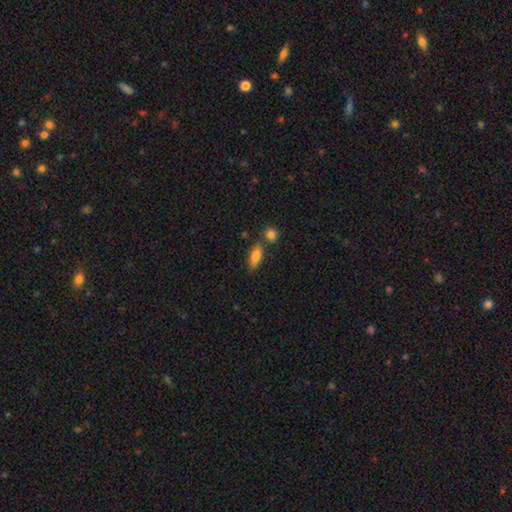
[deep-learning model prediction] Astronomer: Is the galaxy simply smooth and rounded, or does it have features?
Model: smooth — 82%.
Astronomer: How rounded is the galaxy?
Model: in between — 63%.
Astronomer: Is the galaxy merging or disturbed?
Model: none — 67%.